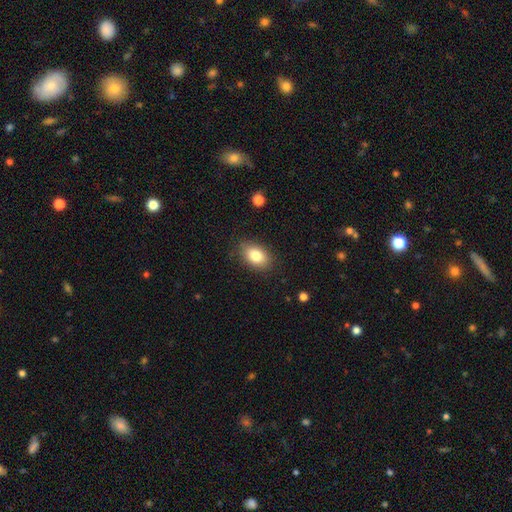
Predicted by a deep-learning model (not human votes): Smooth or featured? smooth (82%)
How rounded? in between (87%)
Merging? none (85%)